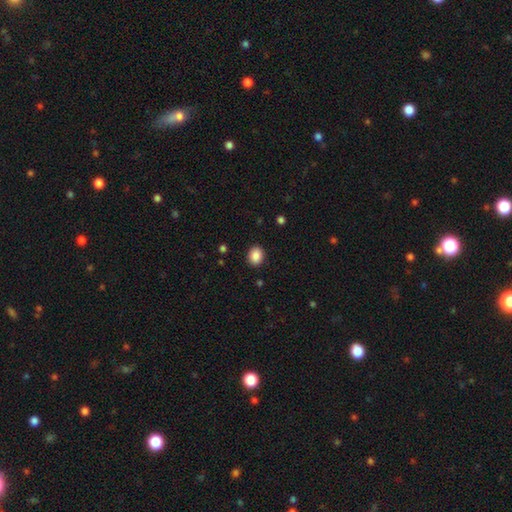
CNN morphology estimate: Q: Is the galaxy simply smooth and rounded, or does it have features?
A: smooth — 88%.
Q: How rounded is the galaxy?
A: in between — 50%.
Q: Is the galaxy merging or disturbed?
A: none — 90%.